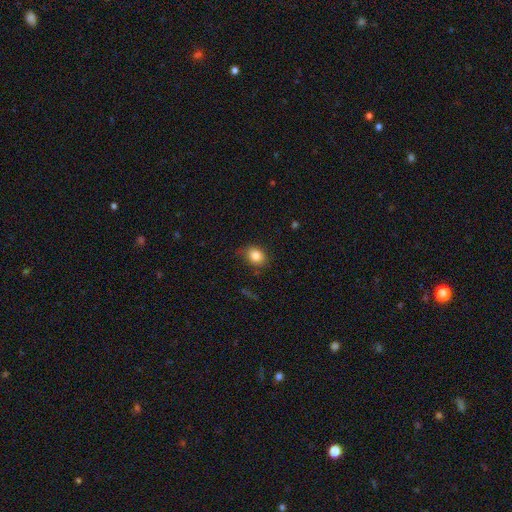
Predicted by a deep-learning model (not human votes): A smooth galaxy with no disk features (85%) that is in between round and cigar-shaped (51%).

Vote fractions:
- Smooth or featured? smooth: 85% / star or artifact: 10% / featured or disk: 6%
- How rounded? in between: 51% / round: 48% / cigar-shaped: 1%
- Merging? none: 75% / minor disturbance: 19% / major disturbance: 5% / merger: 1%